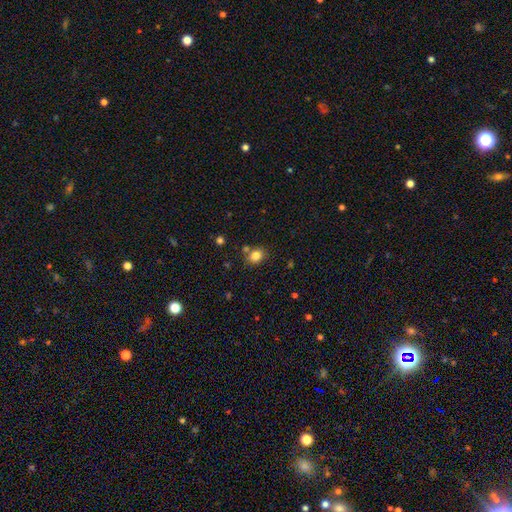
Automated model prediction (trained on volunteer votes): Smooth or featured: smooth — 82% (star or artifact — 12%)
How rounded: round — 59% (in between — 40%)
Merging: none — 71% (minor disturbance — 13%)